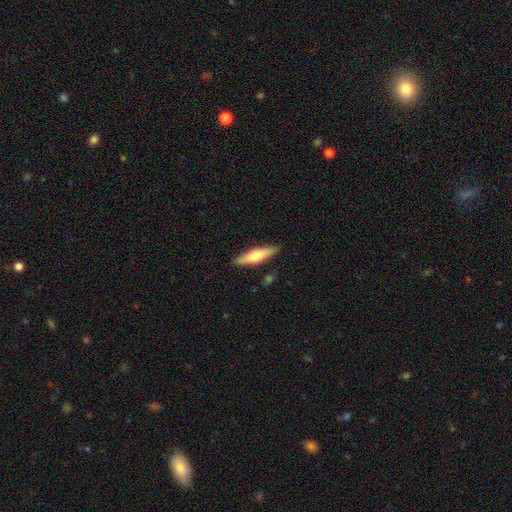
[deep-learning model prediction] Morphology: type=smooth (53%); roundness=cigar-shaped (69%); merging=none (87%).